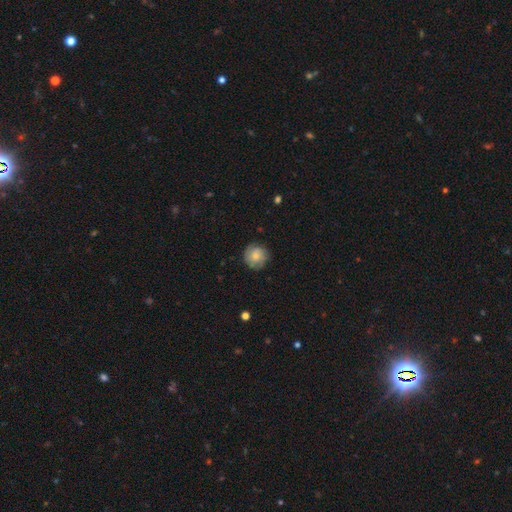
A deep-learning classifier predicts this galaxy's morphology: A smooth galaxy with no disk features (68%) that is round (93%).

Vote fractions:
- Smooth or featured? smooth: 68% / featured or disk: 25% / star or artifact: 8%
- How rounded? round: 93% / in between: 6% / cigar-shaped: 1%
- Merging? none: 81% / minor disturbance: 15% / major disturbance: 3% / merger: 1%